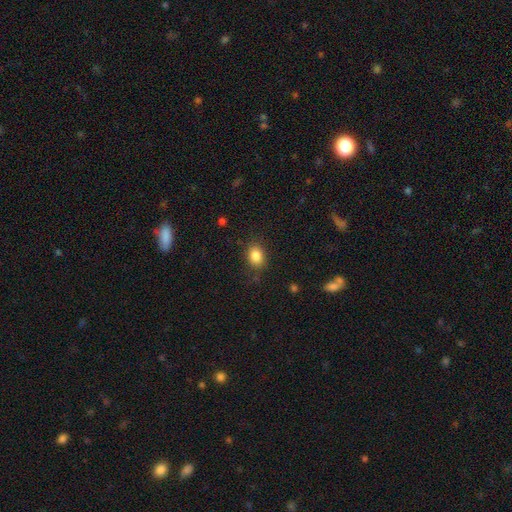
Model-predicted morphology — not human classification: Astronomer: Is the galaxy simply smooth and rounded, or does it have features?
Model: smooth — 85%.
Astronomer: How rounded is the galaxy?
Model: in between — 59% (runner-up: round, 39%).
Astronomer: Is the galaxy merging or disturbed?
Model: none — 81%.